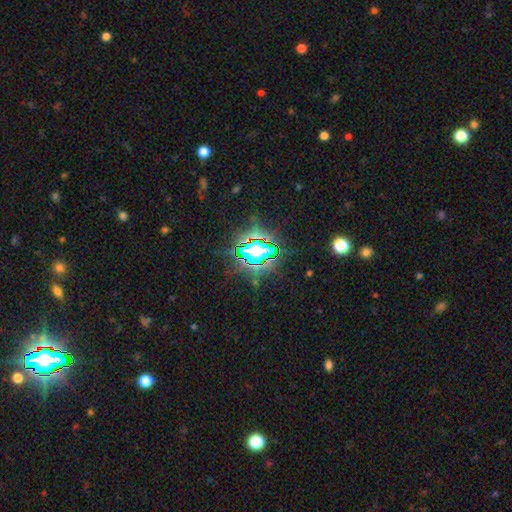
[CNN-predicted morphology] smooth-or-featured: star or artifact: 82% | smooth: 11% | featured or disk: 7%